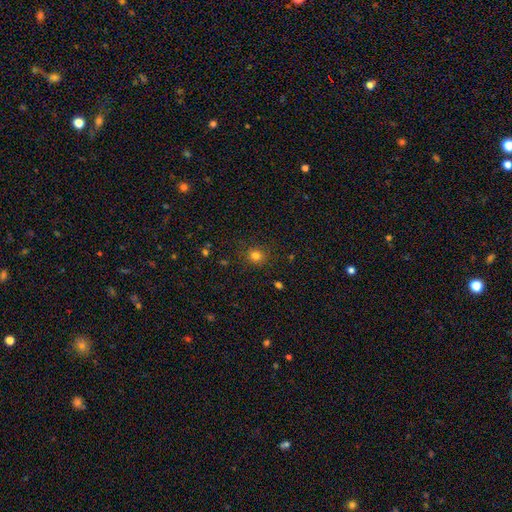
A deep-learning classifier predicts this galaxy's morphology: Q: Smooth or featured?
A: smooth (80%); runner-up: star or artifact (15%)
Q: How rounded?
A: round (82%); runner-up: in between (17%)
Q: Merging?
A: none (86%); runner-up: minor disturbance (9%)